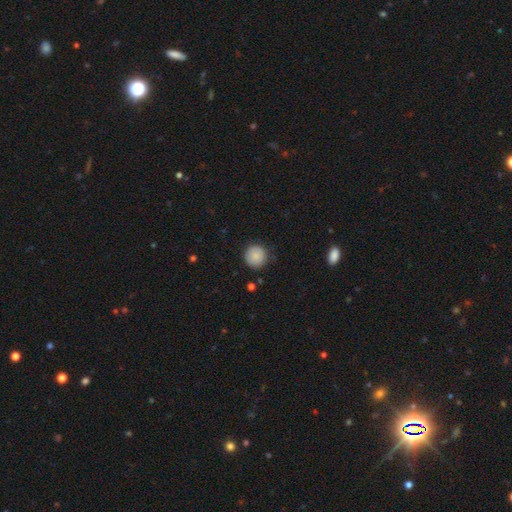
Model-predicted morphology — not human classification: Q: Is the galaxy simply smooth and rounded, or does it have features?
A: smooth — 85%.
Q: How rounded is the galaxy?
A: round — 95%.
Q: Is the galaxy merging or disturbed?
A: none — 85%.